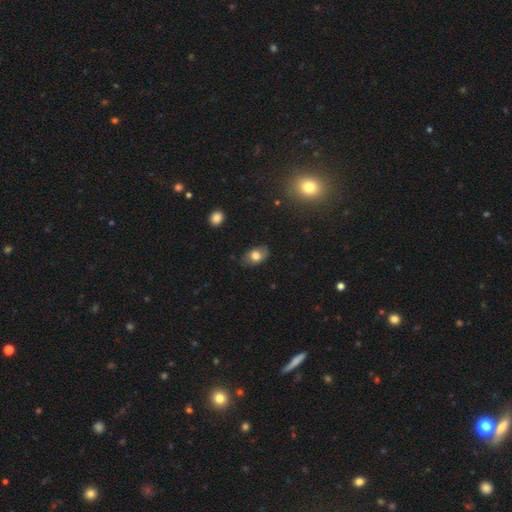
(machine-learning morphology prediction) type=smooth (75%); roundness=in between (85%); merging=none (77%).